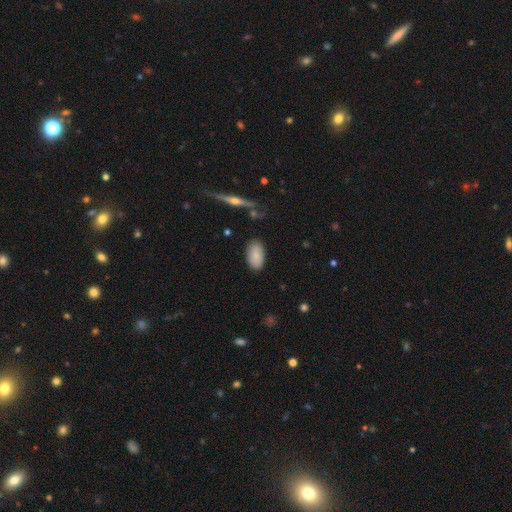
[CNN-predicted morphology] smooth 84%, featured or disk 8%, star or artifact 7%. Down the decision tree: how rounded — in between (94%); merging — none (84%).